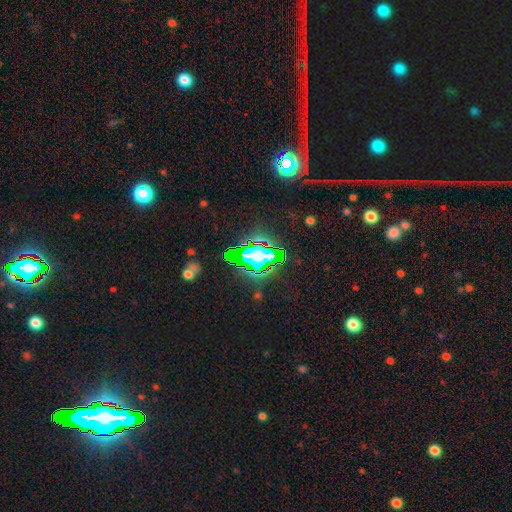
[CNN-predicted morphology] A star or artifact, not a galaxy (66%).